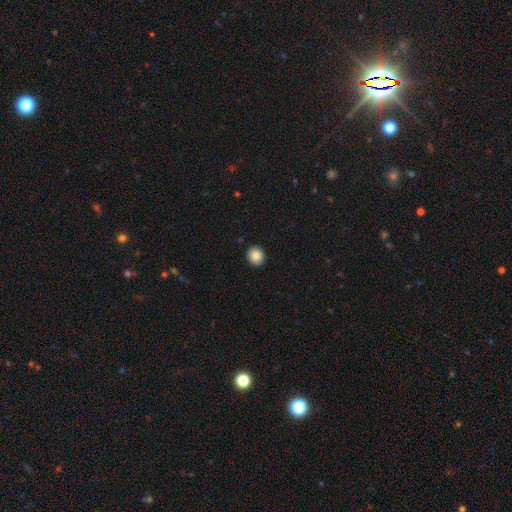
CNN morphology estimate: smooth 87%, star or artifact 9%, featured or disk 4%. Down the decision tree: how rounded — round (85%); merging — none (92%).